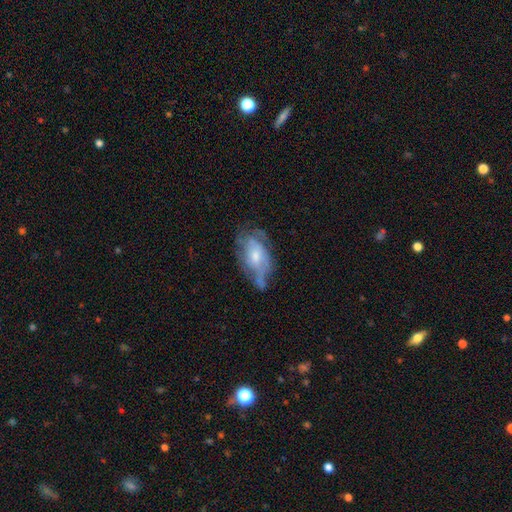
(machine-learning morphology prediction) A featured or disk galaxy (60%) with no bar (72%), spiral arms (61%) and a moderate central bulge (49%).

Vote fractions:
- Smooth or featured? featured or disk: 60% / smooth: 33% / star or artifact: 8%
- Edge-on disk? no: 92% / yes: 8%
- Bar? no: 72% / weak: 24% / strong: 4%
- Spiral arms? yes: 61% / no: 39%
- Bulge size? moderate: 49% / small: 40% / large: 6% / none: 4% / dominant: 1%
- Merging? none: 40% / minor disturbance: 31% / major disturbance: 24% / merger: 5%